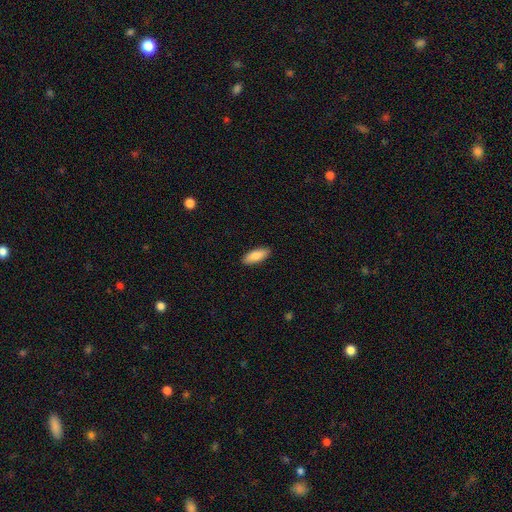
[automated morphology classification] type=smooth (86%); roundness=in between (74%); merging=none (90%).